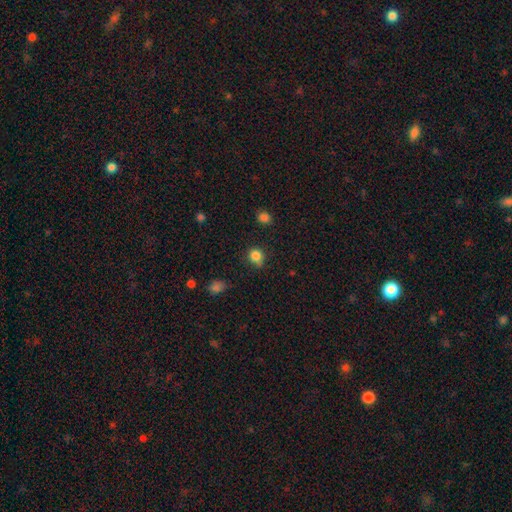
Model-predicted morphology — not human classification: smooth 83%, star or artifact 12%, featured or disk 6%. Down the decision tree: how rounded — round (75%); merging — none (63%).